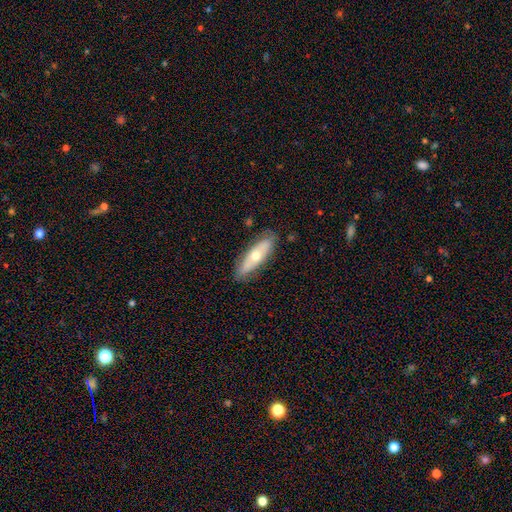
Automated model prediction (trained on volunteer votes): The model was most divided on "how rounded": in between: 51%, cigar-shaped: 47%, round: 2%. More confident: merging — none (82%); smooth or featured — smooth (50%).